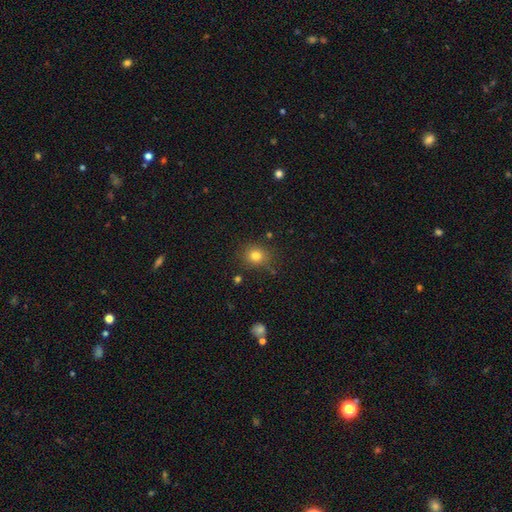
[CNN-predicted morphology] This is likely a smooth galaxy (79%). How rounded: clearly round (81%). Merging: clearly none (82%).